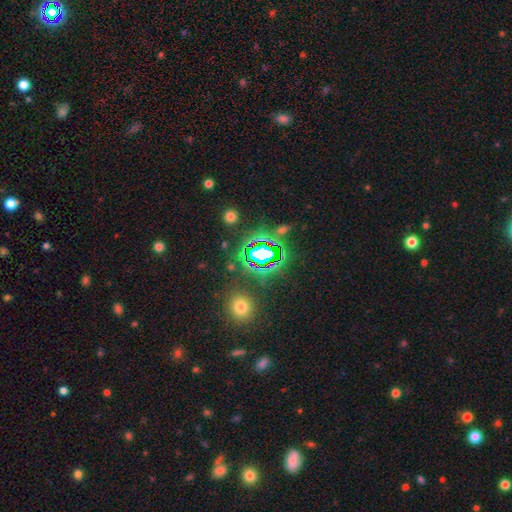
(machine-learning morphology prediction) Smooth or featured? Predicted: star or artifact (p=0.74).